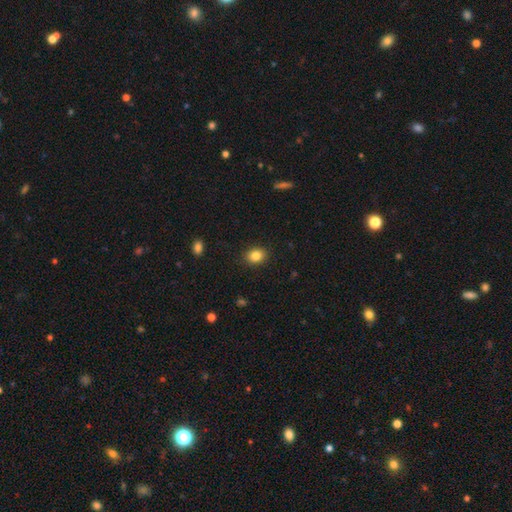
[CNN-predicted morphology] A smooth galaxy with no disk features (85%) that is in between round and cigar-shaped (54%).

Vote fractions:
- Smooth or featured? smooth: 85% / star or artifact: 10% / featured or disk: 5%
- How rounded? in between: 54% / round: 45% / cigar-shaped: 1%
- Merging? none: 89% / minor disturbance: 8% / major disturbance: 2% / merger: 1%